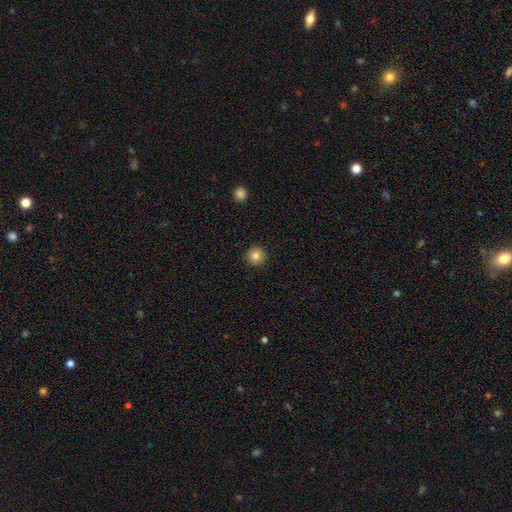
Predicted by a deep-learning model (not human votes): Smooth or featured?
  - smooth: 82% *
  - star or artifact: 10%
  - featured or disk: 7%
How rounded?
  - round: 96% *
  - in between: 3%
  - cigar-shaped: 1%
Merging?
  - none: 92% *
  - minor disturbance: 5%
  - major disturbance: 2%
  - merger: 1%